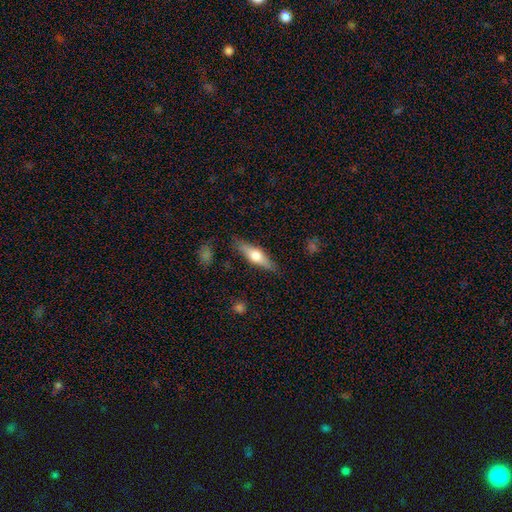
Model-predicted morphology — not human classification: Smooth or featured? Predicted: featured or disk (p=0.47, tied with smooth). Merging? Predicted: none (p=0.85).